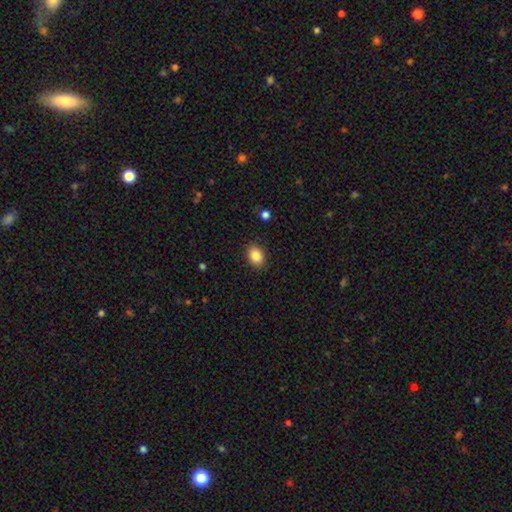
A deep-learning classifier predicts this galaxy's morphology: smooth-or-featured: smooth: 86% | star or artifact: 9% | featured or disk: 5%
  how-rounded: in between: 72% | round: 27% | cigar-shaped: 1%
  merging: none: 88% | minor disturbance: 8% | major disturbance: 2% | merger: 1%